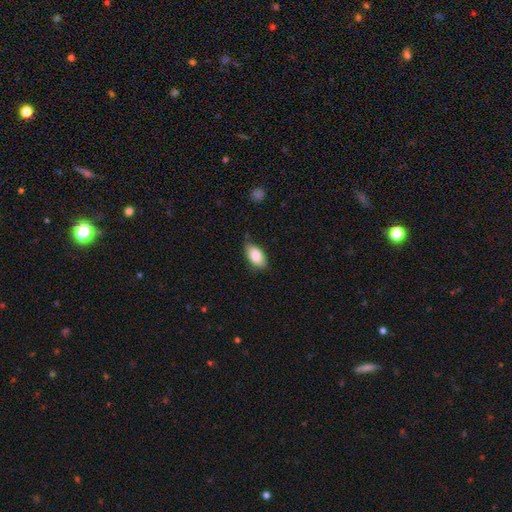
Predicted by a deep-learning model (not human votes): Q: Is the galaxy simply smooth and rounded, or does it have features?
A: smooth — 84%.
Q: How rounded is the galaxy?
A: in between — 92%.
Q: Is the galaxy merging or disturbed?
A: none — 71%.